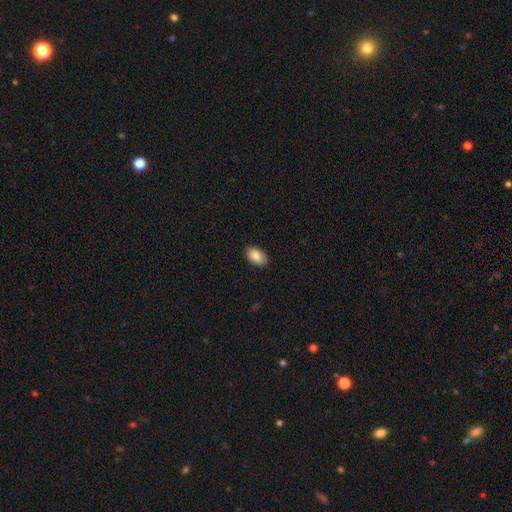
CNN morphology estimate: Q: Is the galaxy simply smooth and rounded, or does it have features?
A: smooth — 88%.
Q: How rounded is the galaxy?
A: in between — 92%.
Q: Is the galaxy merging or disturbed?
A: none — 88%.